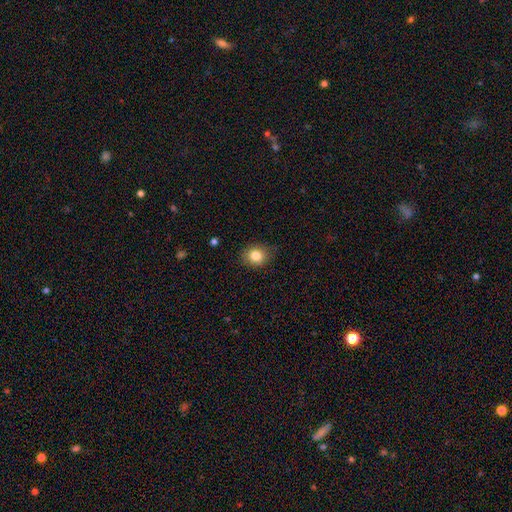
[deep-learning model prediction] Morphology: type=smooth (83%); roundness=round (65%); merging=none (83%).